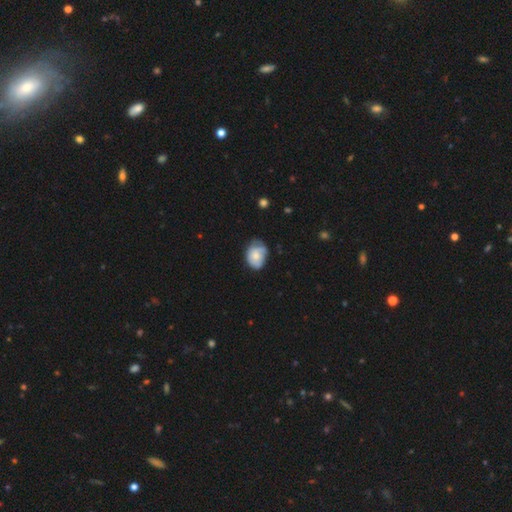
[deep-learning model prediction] Smooth or featured? smooth (65%)
How rounded? in between (62%)
Merging? none (47%)